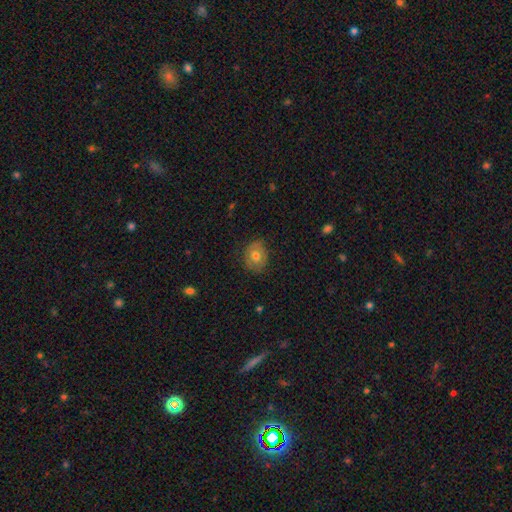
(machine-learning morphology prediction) type=smooth (71%); roundness=round (58%); merging=none (74%).